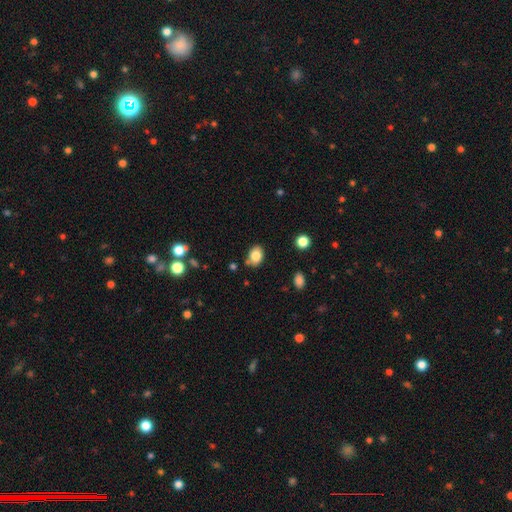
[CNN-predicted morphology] smooth-or-featured: smooth: 82% | star or artifact: 10% | featured or disk: 8%
  how-rounded: in between: 66% | round: 33% | cigar-shaped: 1%
  merging: none: 73% | minor disturbance: 17% | merger: 6% | major disturbance: 4%